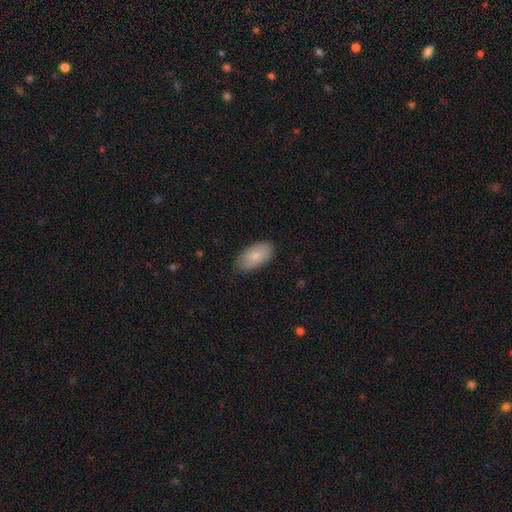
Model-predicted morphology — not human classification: smooth 79%, featured or disk 15%, star or artifact 6%. Down the decision tree: how rounded — in between (94%); merging — none (78%).